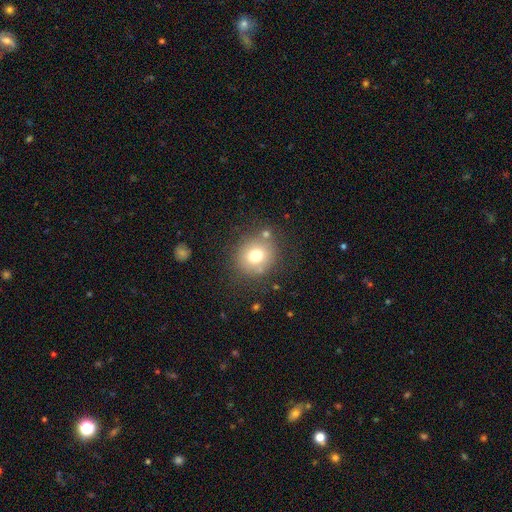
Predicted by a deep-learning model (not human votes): A smooth galaxy with no disk features (73%) that is round (84%). Merging: none (75%).